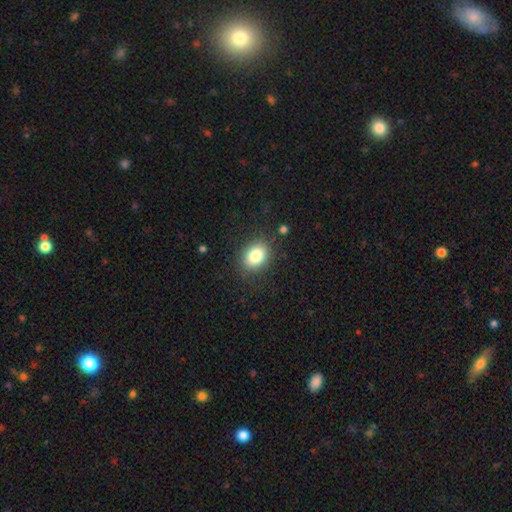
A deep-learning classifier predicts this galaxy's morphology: smooth 82%, star or artifact 10%, featured or disk 8%. Down the decision tree: how rounded — in between (55%); merging — none (86%).